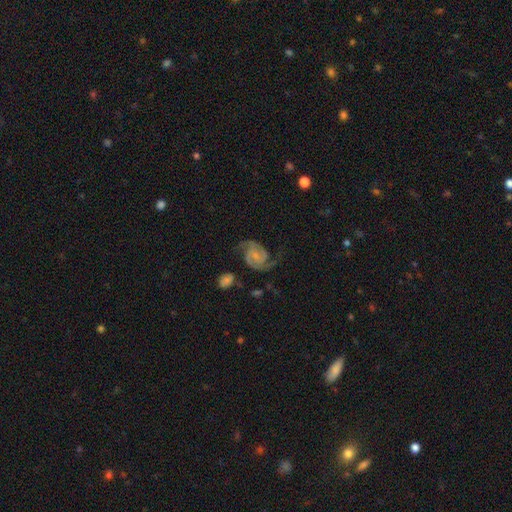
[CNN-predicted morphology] type=featured or disk (89%); edge-on=no (98%); bar=no (49%); spiral arms=yes (98%); winding=medium (54%); arm count=2 (91%); bulge=small (50%); merging=none (69%).